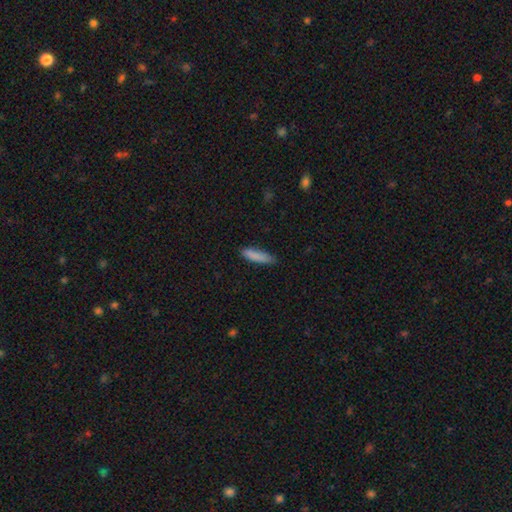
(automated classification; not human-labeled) This is clearly a smooth galaxy (86%). How rounded: likely cigar-shaped (72%). Merging: likely none (78%).